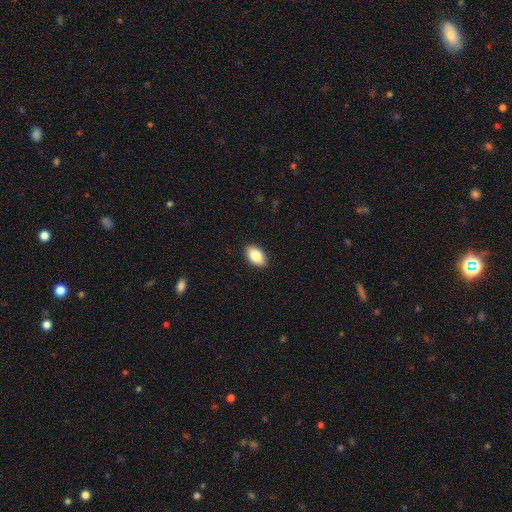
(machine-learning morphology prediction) type=smooth (85%); roundness=in between (92%); merging=none (90%).